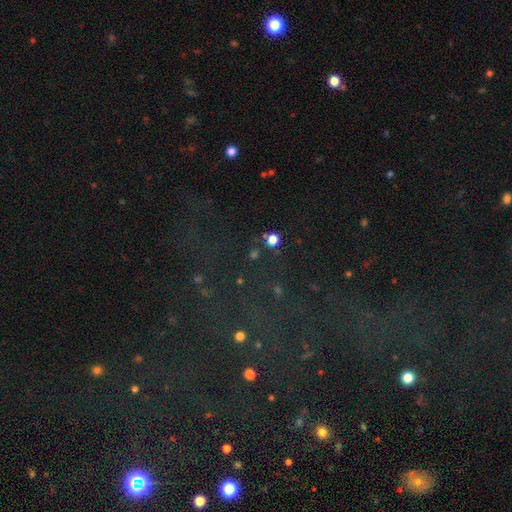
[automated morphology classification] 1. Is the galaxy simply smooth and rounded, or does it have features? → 69% star or artifact, 18% smooth, 13% featured or disk.